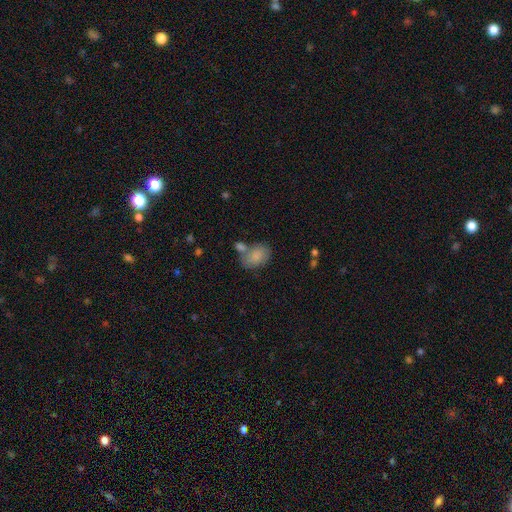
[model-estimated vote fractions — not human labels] This appears to be a smooth galaxy with no disk features (83%) that is in between round and cigar-shaped (82%). Merging: none (50%).